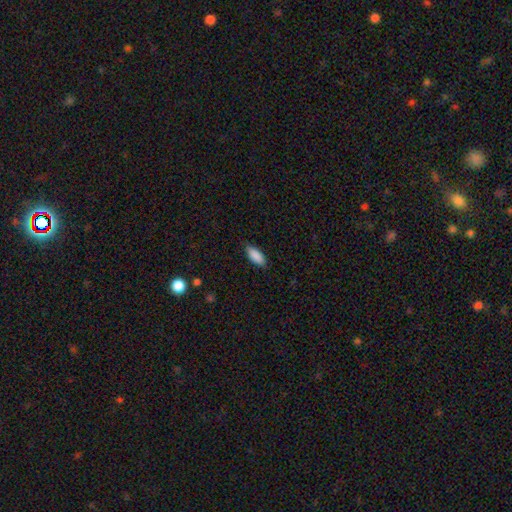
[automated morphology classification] smooth 89%, star or artifact 6%, featured or disk 5%. Down the decision tree: how rounded — in between (83%); merging — none (83%).